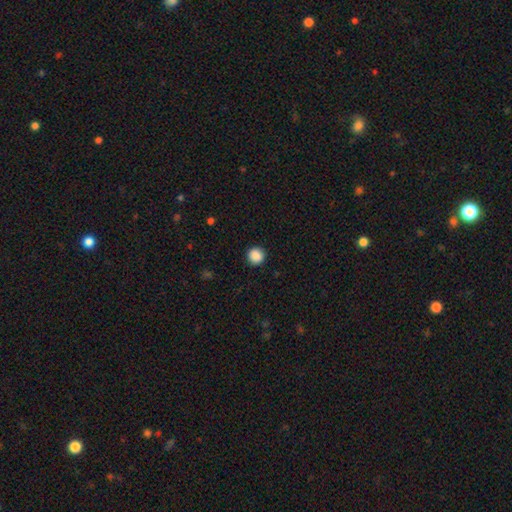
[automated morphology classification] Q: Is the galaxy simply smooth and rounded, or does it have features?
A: smooth — 88%.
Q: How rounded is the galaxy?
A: round — 94%.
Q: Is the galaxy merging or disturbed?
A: none — 92%.